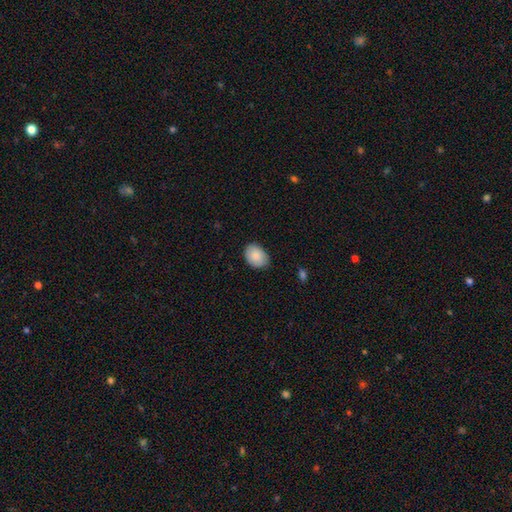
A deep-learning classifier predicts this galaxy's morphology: This is clearly a smooth galaxy (86%). How rounded: likely in between (75%). Merging: clearly none (81%).